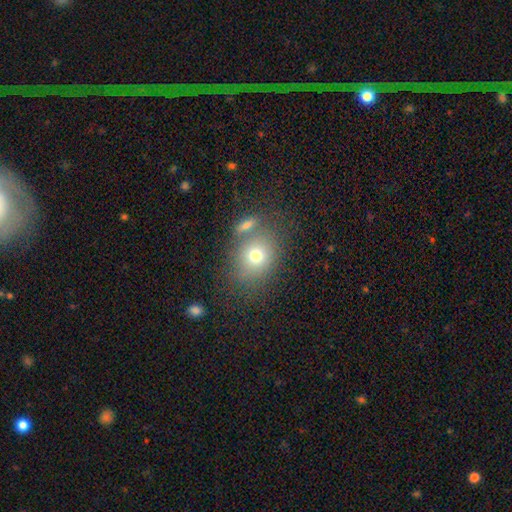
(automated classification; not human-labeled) smooth_or_featured: smooth (p=0.68) [alt: star or artifact p=0.17]
how_rounded: round (p=0.53) [alt: in between p=0.46]
merging: none (p=0.62) [alt: merger p=0.21]